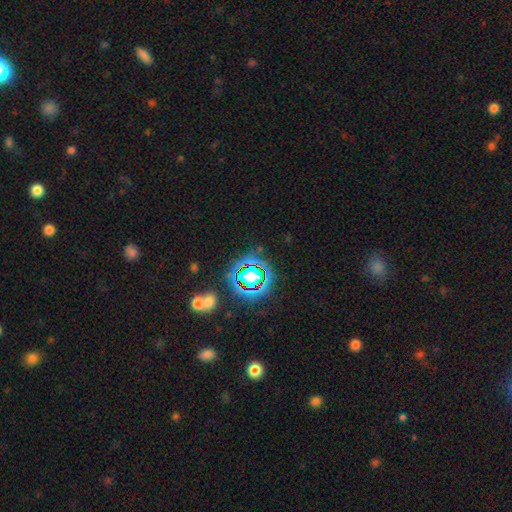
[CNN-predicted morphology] Smooth or featured: star or artifact — 77% (smooth — 15%)